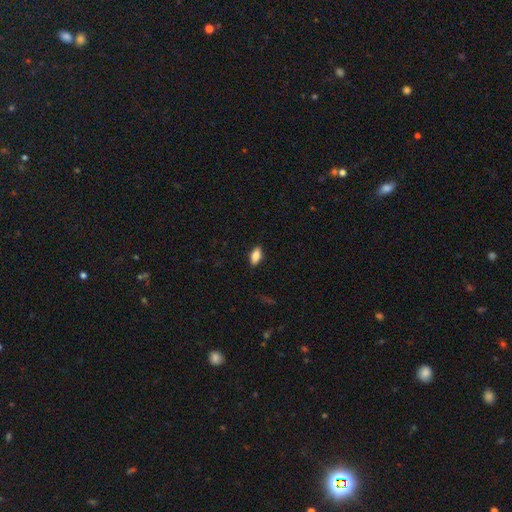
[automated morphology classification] smooth-or-featured: smooth: 82% | featured or disk: 11% | star or artifact: 7%
  how-rounded: in between: 87% | cigar-shaped: 10% | round: 3%
  merging: none: 88% | minor disturbance: 9% | major disturbance: 2% | merger: 1%